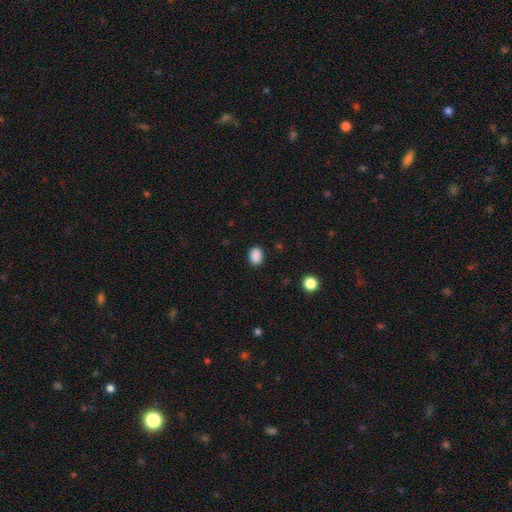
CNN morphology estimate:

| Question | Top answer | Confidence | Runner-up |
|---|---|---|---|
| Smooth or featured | smooth | 88% | star or artifact (9%) |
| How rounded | in between | 70% | round (29%) |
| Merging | none | 87% | minor disturbance (9%) |